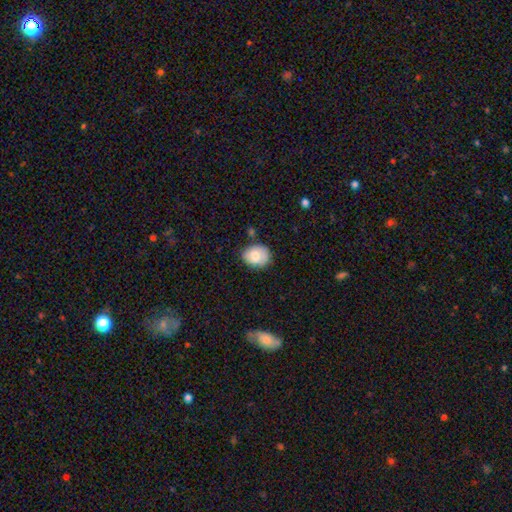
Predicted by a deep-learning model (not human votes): Q: Smooth or featured?
A: smooth (72%); runner-up: featured or disk (20%)
Q: How rounded?
A: round (52%); runner-up: in between (47%)
Q: Merging?
A: none (68%); runner-up: minor disturbance (23%)